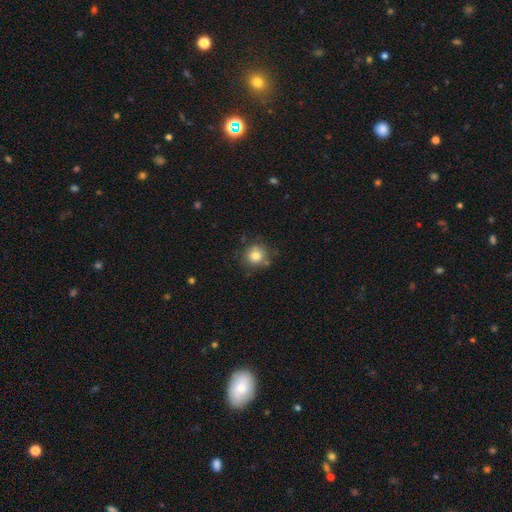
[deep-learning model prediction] smooth 80%, star or artifact 11%, featured or disk 8%. Down the decision tree: how rounded — round (89%); merging — none (77%).